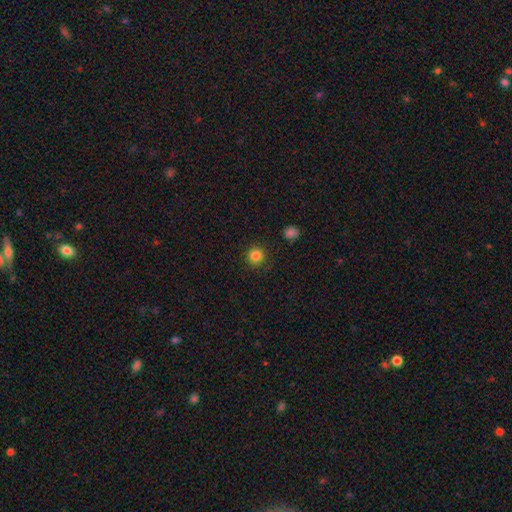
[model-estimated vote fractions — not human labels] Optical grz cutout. It shows a smooth galaxy with no disk features (84%) that is round (95%). Merging: none (90%).